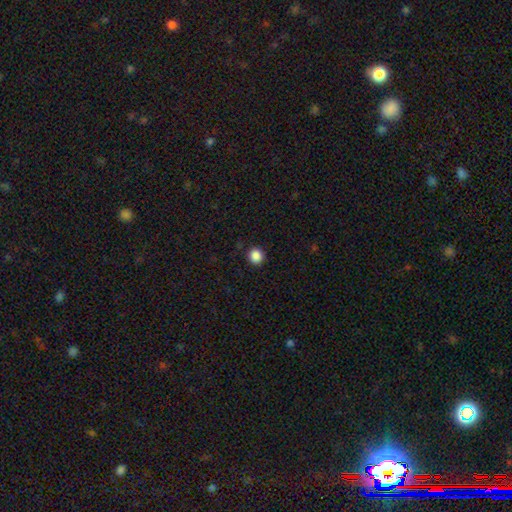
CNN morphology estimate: A smooth galaxy with no disk features (87%) that is round (93%).

Vote fractions:
- Smooth or featured? smooth: 87% / star or artifact: 10% / featured or disk: 2%
- How rounded? round: 93% / in between: 6% / cigar-shaped: 1%
- Merging? none: 92% / minor disturbance: 5% / major disturbance: 2% / merger: 1%